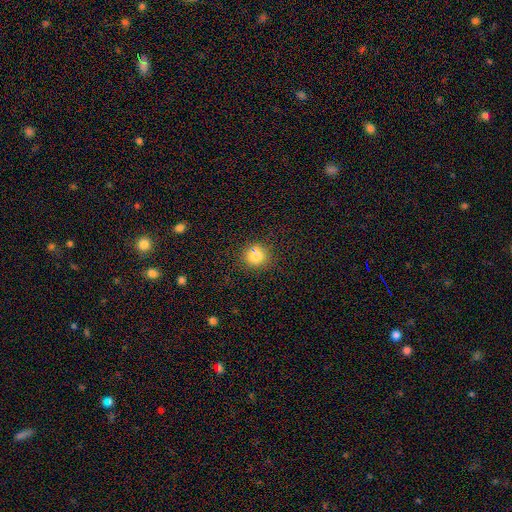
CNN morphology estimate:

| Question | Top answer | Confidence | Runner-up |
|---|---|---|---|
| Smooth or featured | smooth | 79% | star or artifact (14%) |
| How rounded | round | 90% | in between (9%) |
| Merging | none | 84% | minor disturbance (9%) |